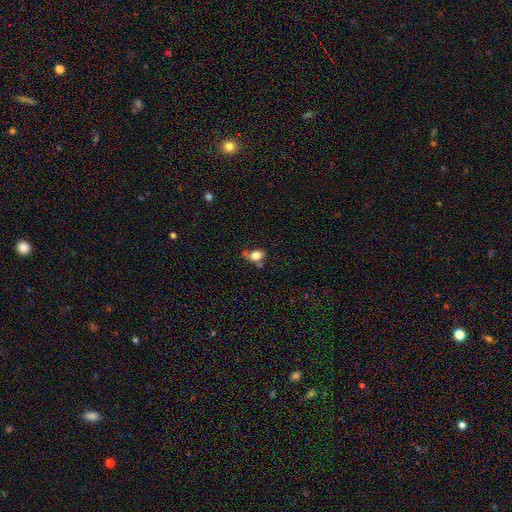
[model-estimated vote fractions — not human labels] Smooth or featured?
  - smooth: 77% *
  - featured or disk: 13%
  - star or artifact: 10%
How rounded?
  - in between: 72% *
  - round: 26%
  - cigar-shaped: 2%
Merging?
  - none: 45% *
  - minor disturbance: 28%
  - merger: 15%
  - major disturbance: 11%